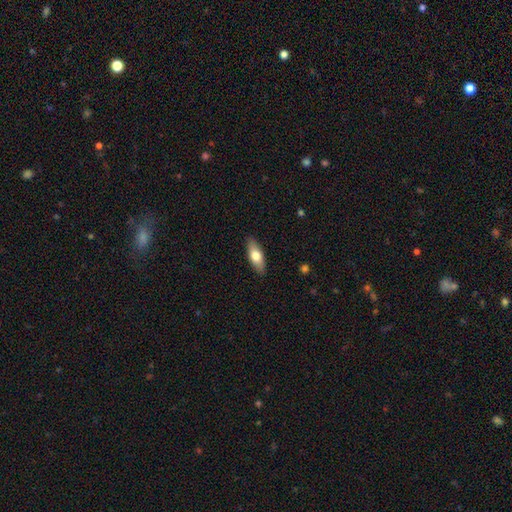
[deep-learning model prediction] smooth-or-featured: smooth: 68% | featured or disk: 26% | star or artifact: 6%
  how-rounded: in between: 72% | cigar-shaped: 25% | round: 3%
  merging: none: 88% | minor disturbance: 9% | major disturbance: 2% | merger: 1%